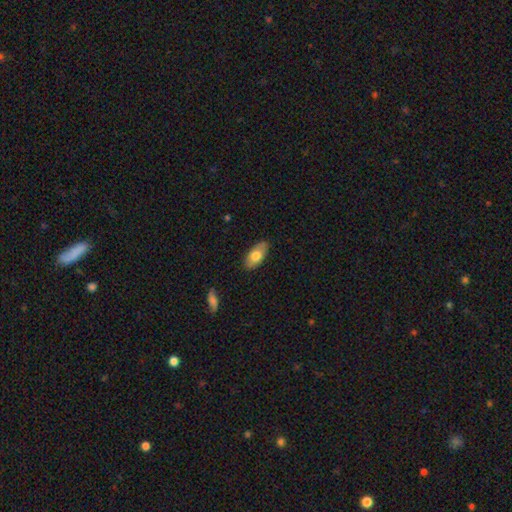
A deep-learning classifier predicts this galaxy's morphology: Smooth or featured? Predicted: smooth (p=0.74). How rounded? Predicted: in between (p=0.91). Merging? Predicted: none (p=0.84).